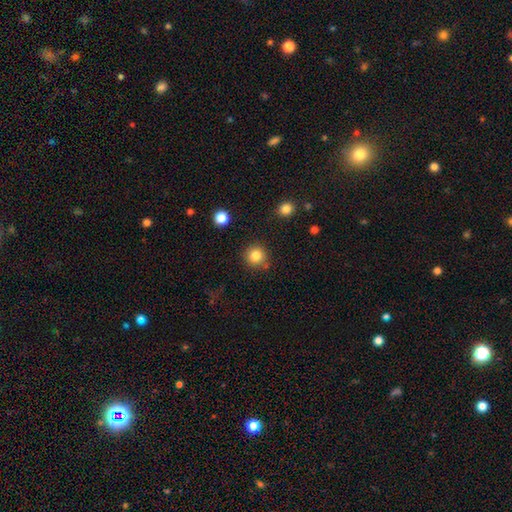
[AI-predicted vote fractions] smooth_or_featured: smooth (p=0.84) [alt: star or artifact p=0.11]
how_rounded: round (p=0.94) [alt: in between p=0.06]
merging: none (p=0.85) [alt: minor disturbance p=0.08]